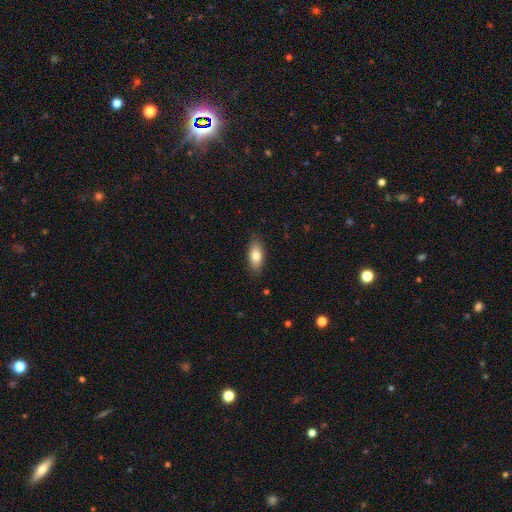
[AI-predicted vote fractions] smooth_or_featured: smooth (p=0.79) [alt: featured or disk p=0.14]
how_rounded: in between (p=0.84) [alt: cigar-shaped p=0.12]
merging: none (p=0.83) [alt: minor disturbance p=0.14]